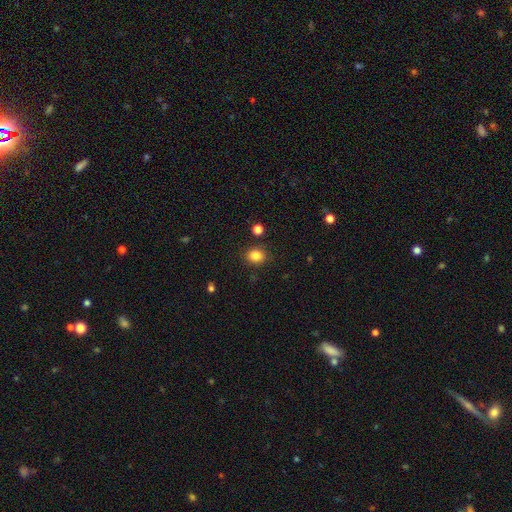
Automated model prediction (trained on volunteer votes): smooth-or-featured: smooth: 84% | star or artifact: 11% | featured or disk: 5%
  how-rounded: round: 63% | in between: 36% | cigar-shaped: 1%
  merging: none: 85% | minor disturbance: 9% | major disturbance: 3% | merger: 3%